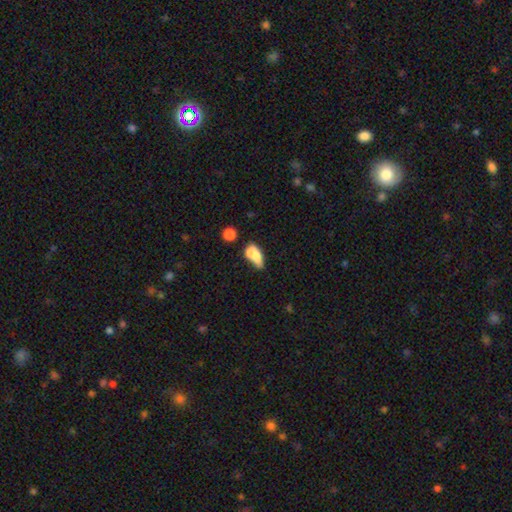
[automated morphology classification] Q: Smooth or featured?
A: smooth (66%); runner-up: featured or disk (24%)
Q: How rounded?
A: in between (68%); runner-up: cigar-shaped (18%)
Q: Merging?
A: merger (46%); runner-up: none (24%)